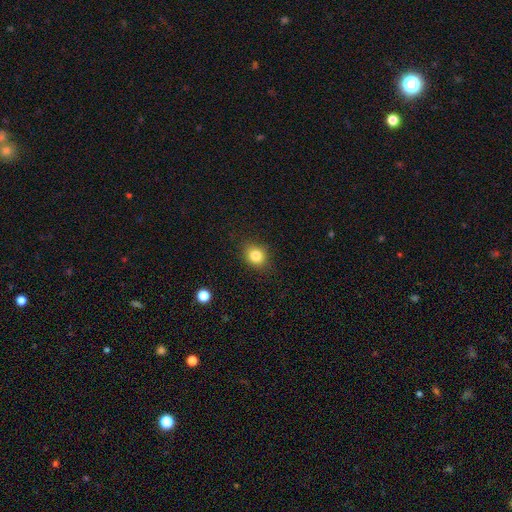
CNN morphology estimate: Overall: smooth (82%). How rounded: round (62%; in between 37%). Merging: none (85%).